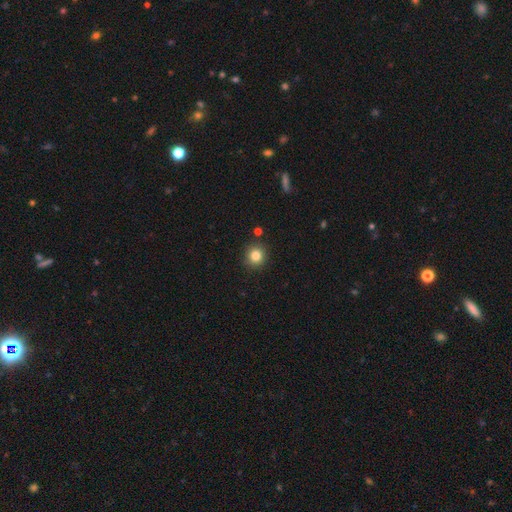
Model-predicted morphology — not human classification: Smooth or featured?
  - smooth: 83% *
  - star or artifact: 11%
  - featured or disk: 6%
How rounded?
  - round: 91% *
  - in between: 8%
  - cigar-shaped: 1%
Merging?
  - none: 88% *
  - minor disturbance: 7%
  - merger: 3%
  - major disturbance: 2%